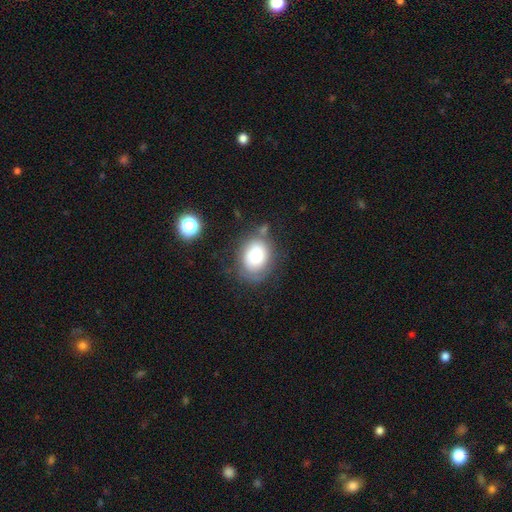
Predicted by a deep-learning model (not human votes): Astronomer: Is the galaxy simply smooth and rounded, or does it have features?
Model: smooth — 79%.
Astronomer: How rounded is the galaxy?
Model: in between — 66%.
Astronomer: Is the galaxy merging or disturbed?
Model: none — 61%.